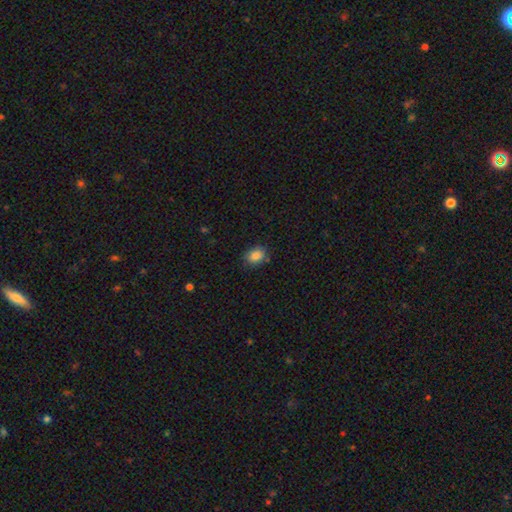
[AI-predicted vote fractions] Smooth or featured?
  - smooth: 86% *
  - star or artifact: 9%
  - featured or disk: 5%
How rounded?
  - in between: 63% *
  - round: 35%
  - cigar-shaped: 1%
Merging?
  - none: 81% *
  - minor disturbance: 14%
  - major disturbance: 3%
  - merger: 2%